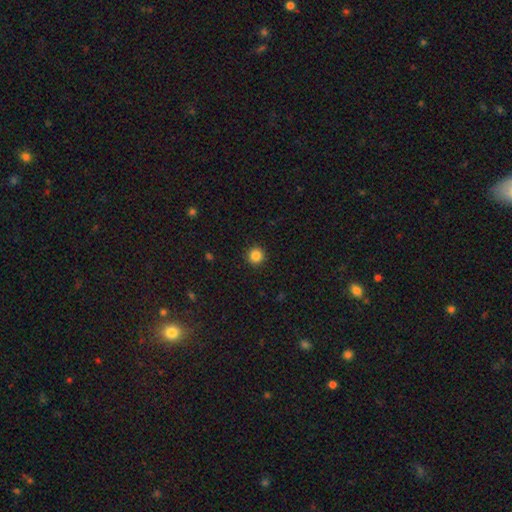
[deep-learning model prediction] smooth 85%, star or artifact 11%, featured or disk 4%. Down the decision tree: how rounded — round (96%); merging — none (93%).